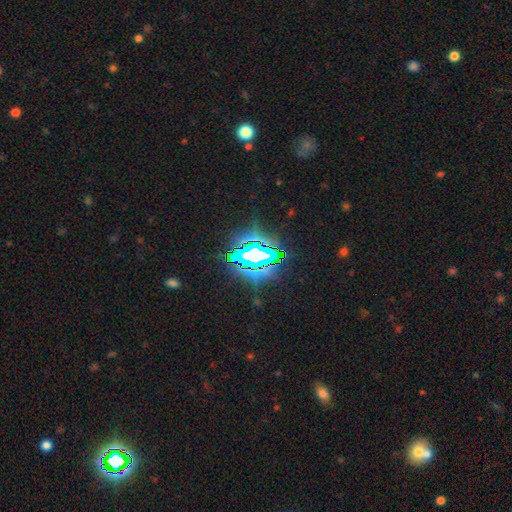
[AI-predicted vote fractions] Morphology: type=star or artifact (74%).